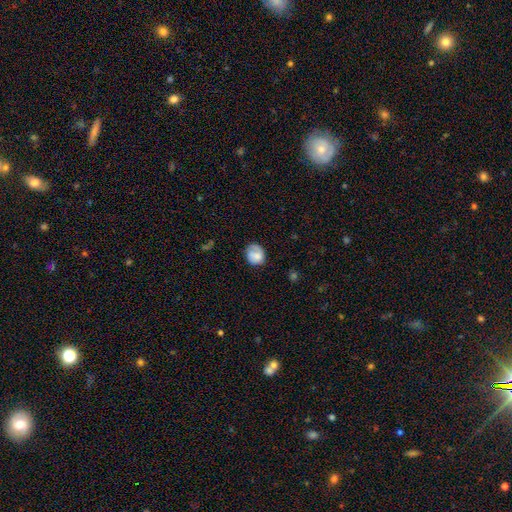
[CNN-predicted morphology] Smooth or featured? smooth (75%)
How rounded? round (71%)
Merging? none (60%)